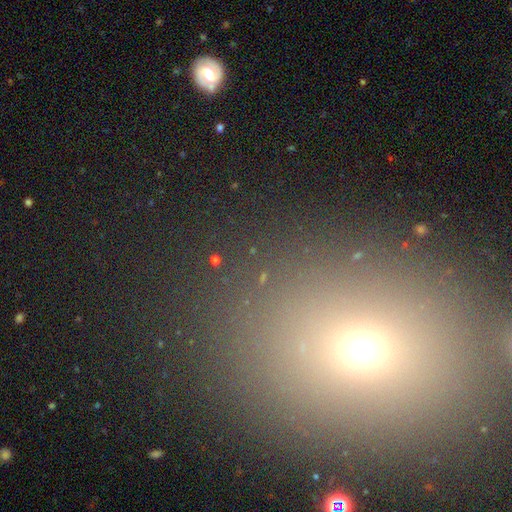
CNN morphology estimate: Smooth or featured?
  - smooth: 59% *
  - star or artifact: 30%
  - featured or disk: 11%
How rounded?
  - round: 52% *
  - in between: 46%
  - cigar-shaped: 2%
Merging?
  - none: 81% *
  - minor disturbance: 9%
  - merger: 6%
  - major disturbance: 5%